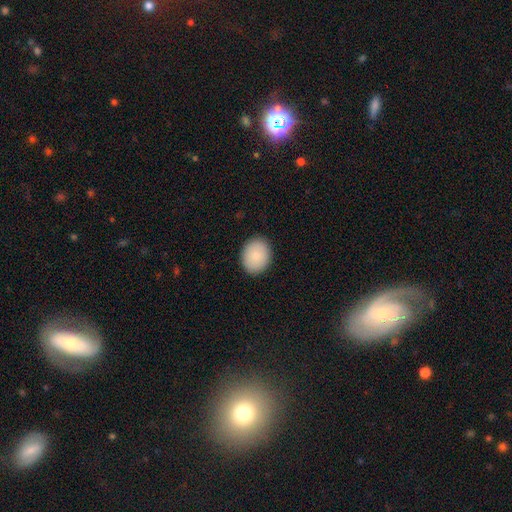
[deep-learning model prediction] Smooth or featured: smooth — 84% (featured or disk — 9%)
How rounded: round — 57% (in between — 43%)
Merging: none — 90% (minor disturbance — 8%)